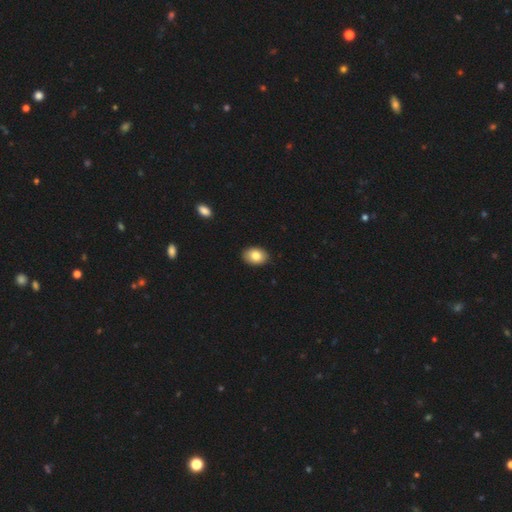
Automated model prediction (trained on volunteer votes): This is clearly a smooth galaxy (83%). How rounded: clearly in between (80%). Merging: clearly none (89%).